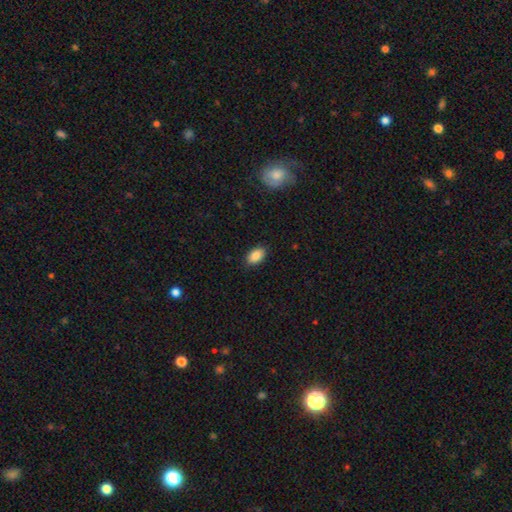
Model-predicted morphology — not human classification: smooth_or_featured: smooth (p=0.87) [alt: star or artifact p=0.08]
how_rounded: in between (p=0.90) [alt: round p=0.08]
merging: none (p=0.88) [alt: minor disturbance p=0.09]